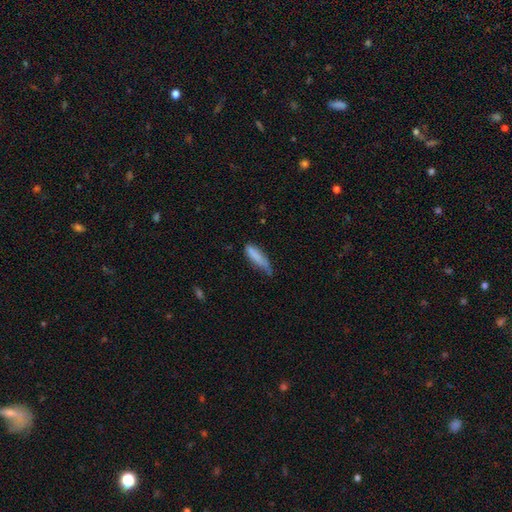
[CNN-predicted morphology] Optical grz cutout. It shows a smooth galaxy with no disk features (80%) that is cigar-shaped (69%). Merging: minor disturbance (44%).